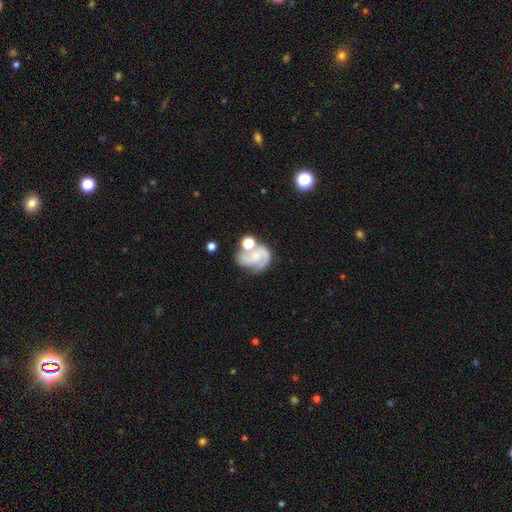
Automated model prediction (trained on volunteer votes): Smooth or featured?
  - featured or disk: 71% *
  - smooth: 21%
  - star or artifact: 9%
Edge-on disk?
  - no: 98% *
  - yes: 2%
Bar?
  - no: 67% *
  - weak: 27%
  - strong: 6%
Spiral arms?
  - yes: 88% *
  - no: 12%
Spiral winding?
  - medium: 47% *
  - tight: 27%
  - loose: 26%
Spiral arm count?
  - 2: 63% *
  - 3: 12%
  - can't tell: 11%
  - 1: 10%
  - 4: 2%
  - more than 4: 2%
Bulge size?
  - small: 51% *
  - moderate: 25%
  - none: 19%
  - large: 3%
  - dominant: 2%
Merging?
  - none: 38% *
  - merger: 27%
  - minor disturbance: 19%
  - major disturbance: 17%